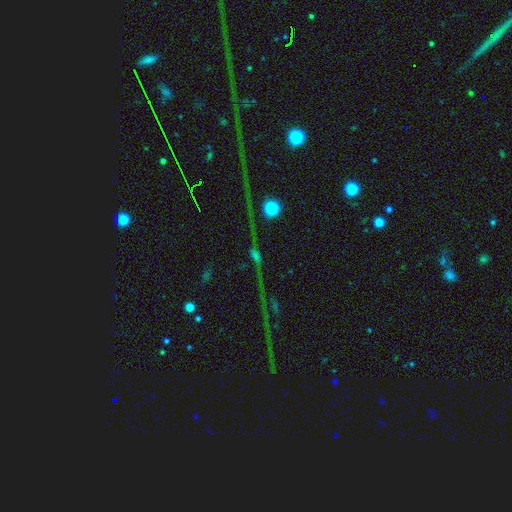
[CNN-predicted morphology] Smooth or featured? Predicted: star or artifact (p=0.48).